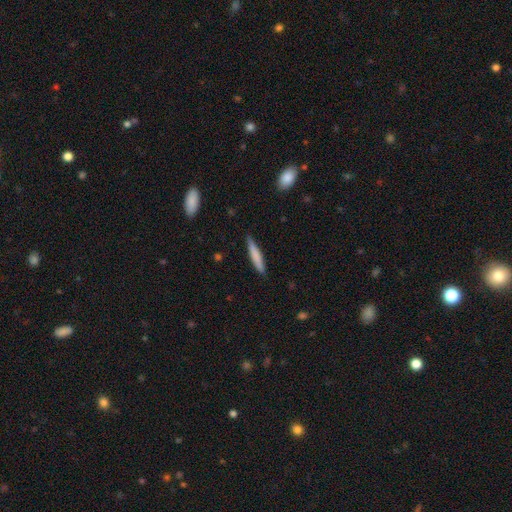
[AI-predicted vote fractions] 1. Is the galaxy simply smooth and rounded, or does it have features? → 73% smooth, 21% featured or disk, 6% star or artifact.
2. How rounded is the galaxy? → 92% cigar-shaped, 7% in between, 1% round.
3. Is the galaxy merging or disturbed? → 86% none, 11% minor disturbance, 2% major disturbance, 1% merger.